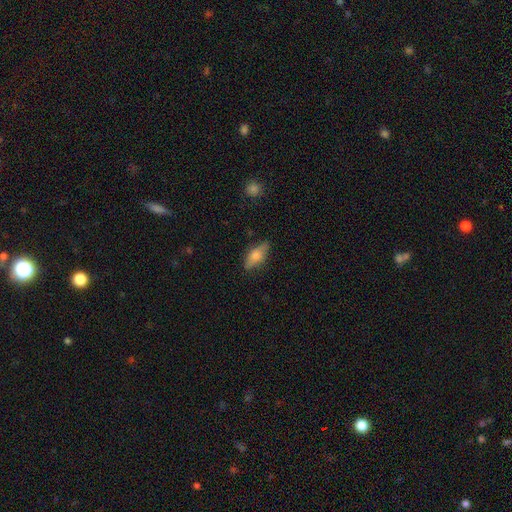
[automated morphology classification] Smooth or featured?
  - smooth: 63% *
  - featured or disk: 29%
  - star or artifact: 8%
How rounded?
  - in between: 74% *
  - cigar-shaped: 22%
  - round: 4%
Merging?
  - none: 77% *
  - minor disturbance: 17%
  - major disturbance: 4%
  - merger: 2%